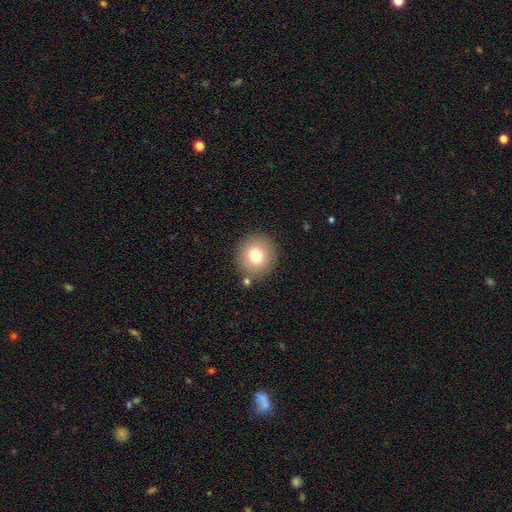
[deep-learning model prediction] Morphology: type=smooth (76%); roundness=round (90%); merging=none (85%).